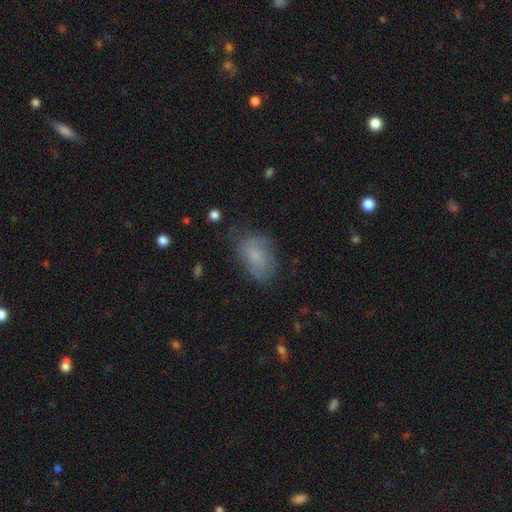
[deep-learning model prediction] smooth-or-featured: smooth: 67% | featured or disk: 23% | star or artifact: 10%
  how-rounded: in between: 88% | round: 10% | cigar-shaped: 2%
  merging: none: 62% | minor disturbance: 26% | major disturbance: 11% | merger: 2%